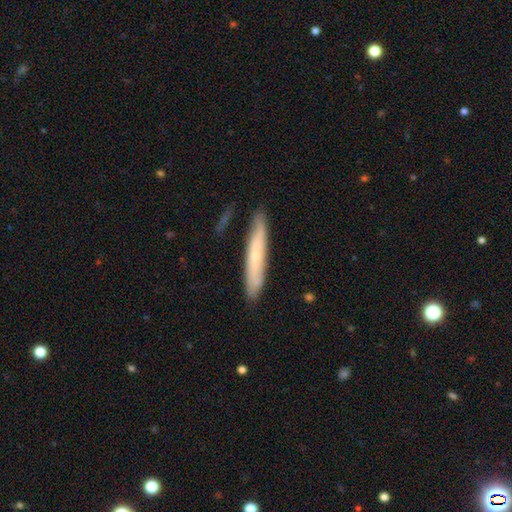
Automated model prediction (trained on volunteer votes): Smooth or featured? smooth (54%)
How rounded? cigar-shaped (93%)
Merging? none (82%)